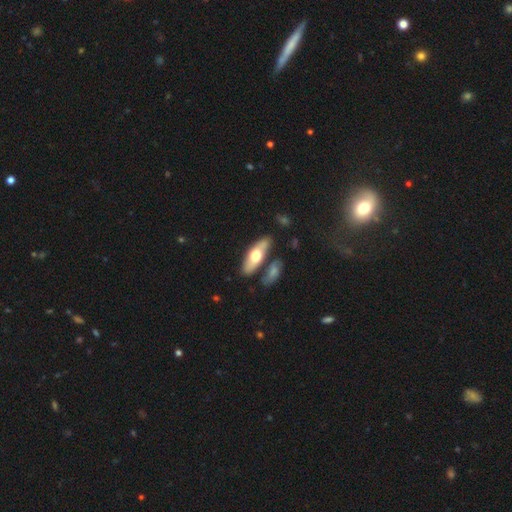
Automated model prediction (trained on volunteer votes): smooth 55%, featured or disk 40%, star or artifact 5%. Down the decision tree: how rounded — in between (68%); merging — none (71%).